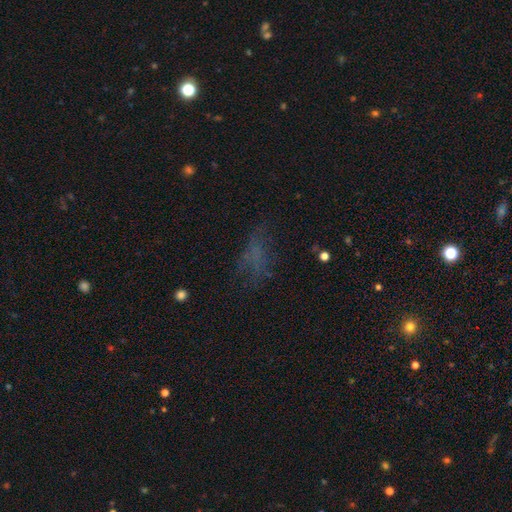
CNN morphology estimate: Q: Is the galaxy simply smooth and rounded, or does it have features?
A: smooth — 46%.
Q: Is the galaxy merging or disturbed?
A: none — 51%.